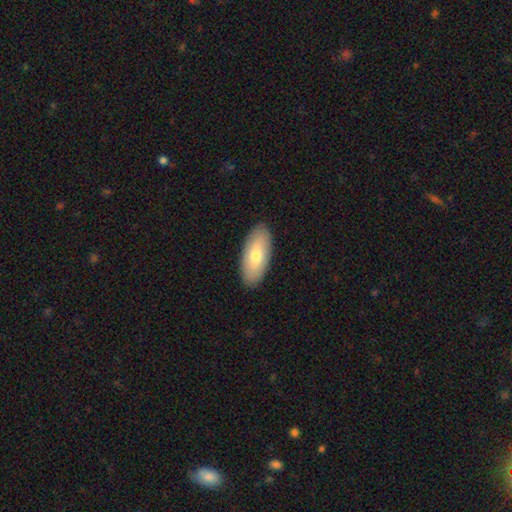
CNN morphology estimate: smooth-or-featured: smooth: 72% | featured or disk: 22% | star or artifact: 6%
  how-rounded: in between: 88% | cigar-shaped: 10% | round: 2%
  merging: none: 90% | minor disturbance: 8% | major disturbance: 2% | merger: 1%